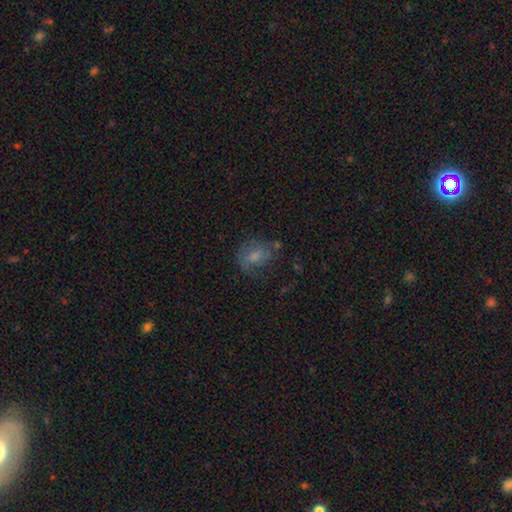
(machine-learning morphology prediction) The model was most divided on "smooth or featured": smooth: 53%, featured or disk: 36%, star or artifact: 11%. Remaining: how rounded — in between (58%); merging — none (46%).